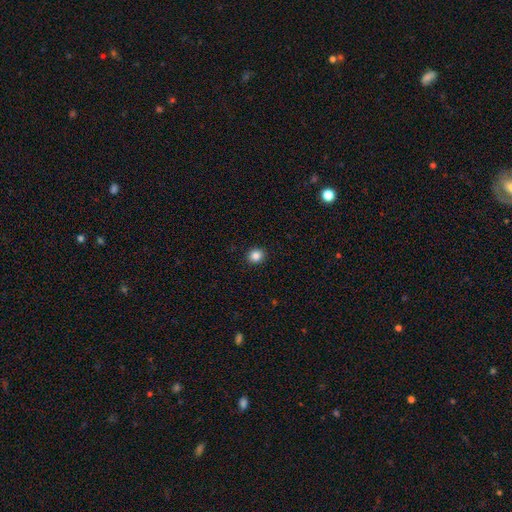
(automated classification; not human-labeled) A smooth galaxy with no disk features (86%) that is round (79%). Merging: none (92%).